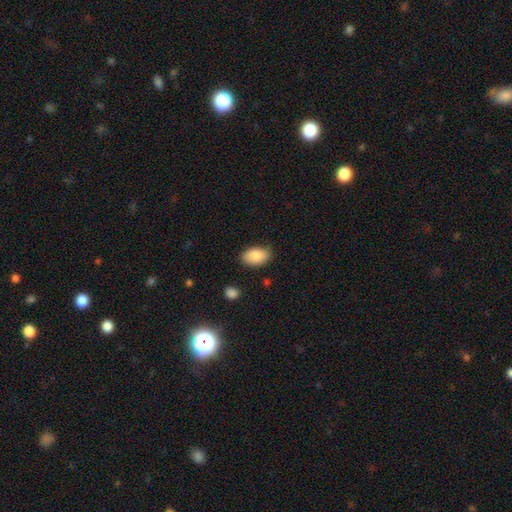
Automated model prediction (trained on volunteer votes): Smooth or featured? smooth (87%)
How rounded? in between (91%)
Merging? none (84%)